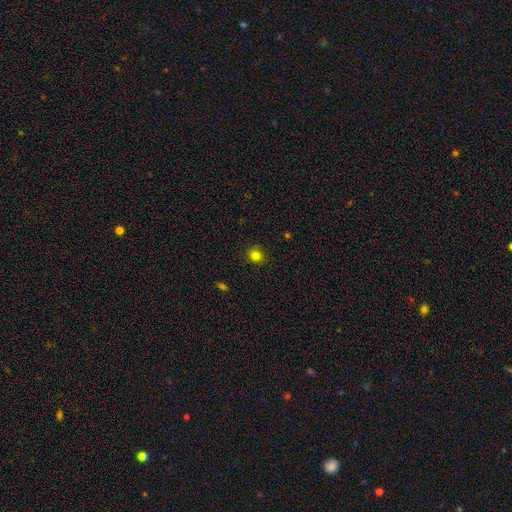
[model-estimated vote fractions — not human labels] Smooth or featured: smooth — 80% (star or artifact — 14%)
How rounded: round — 89% (in between — 10%)
Merging: none — 90% (minor disturbance — 7%)